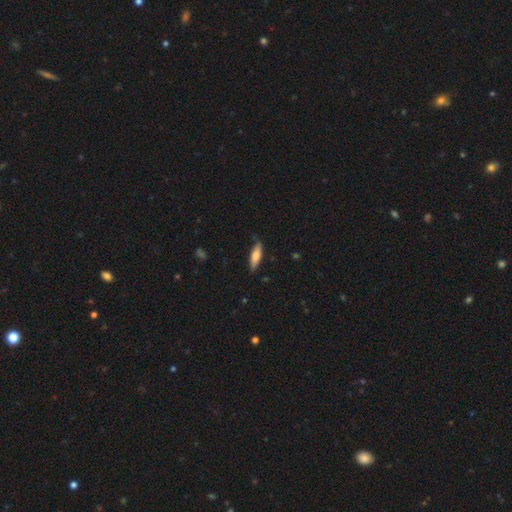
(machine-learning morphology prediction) Smooth or featured? Predicted: smooth (p=0.65). How rounded? Predicted: cigar-shaped (p=0.59). Merging? Predicted: none (p=0.83).